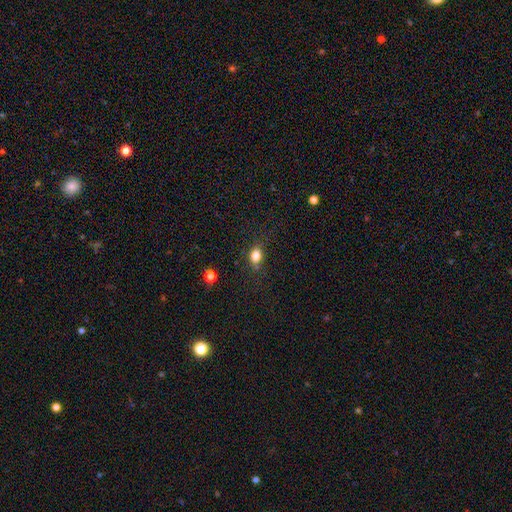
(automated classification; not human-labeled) Q: Smooth or featured?
A: smooth (80%); runner-up: star or artifact (12%)
Q: How rounded?
A: in between (62%); runner-up: round (36%)
Q: Merging?
A: none (76%); runner-up: minor disturbance (16%)